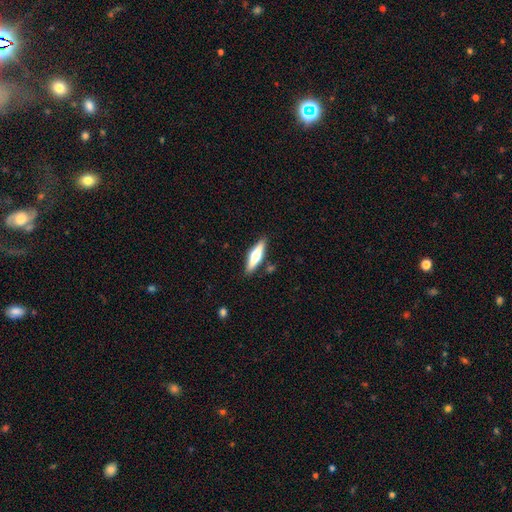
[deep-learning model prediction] This appears to be a featured or disk galaxy (51%) viewed edge-on (94%). Merging: none (86%).